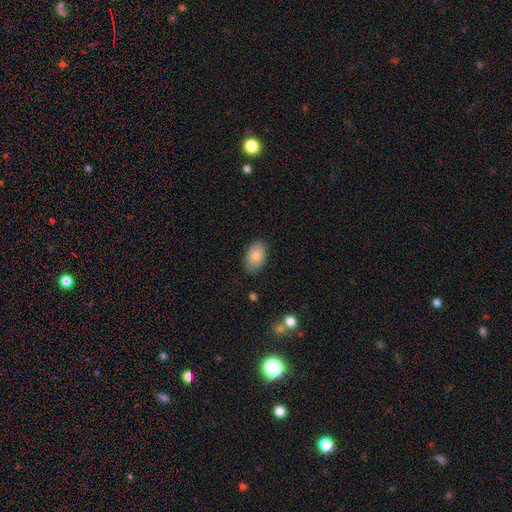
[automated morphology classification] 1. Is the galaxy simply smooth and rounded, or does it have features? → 83% smooth, 10% featured or disk, 7% star or artifact.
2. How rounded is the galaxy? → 92% in between, 7% round, 1% cigar-shaped.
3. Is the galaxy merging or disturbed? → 85% none, 12% minor disturbance, 2% major disturbance, 1% merger.